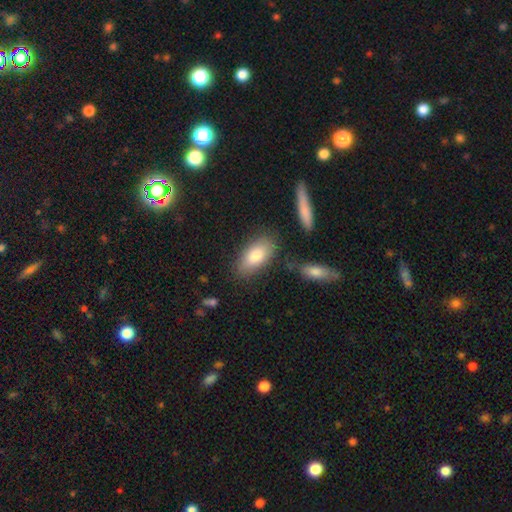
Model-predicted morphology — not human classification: Q: Smooth or featured?
A: smooth (80%); runner-up: featured or disk (13%)
Q: How rounded?
A: in between (88%); runner-up: cigar-shaped (8%)
Q: Merging?
A: none (77%); runner-up: minor disturbance (14%)